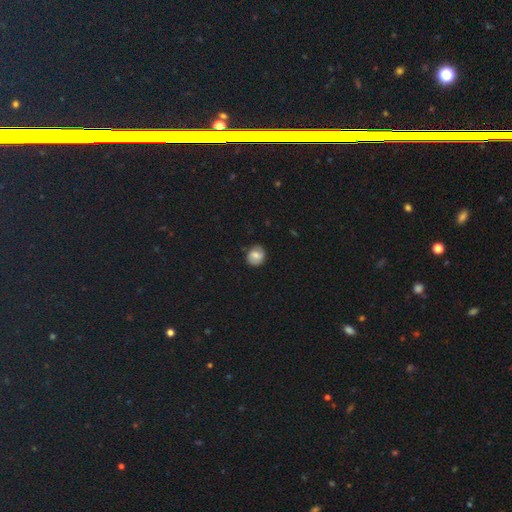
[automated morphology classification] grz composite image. It shows a smooth galaxy with no disk features (65%) that is round (67%). Merging: none (81%).